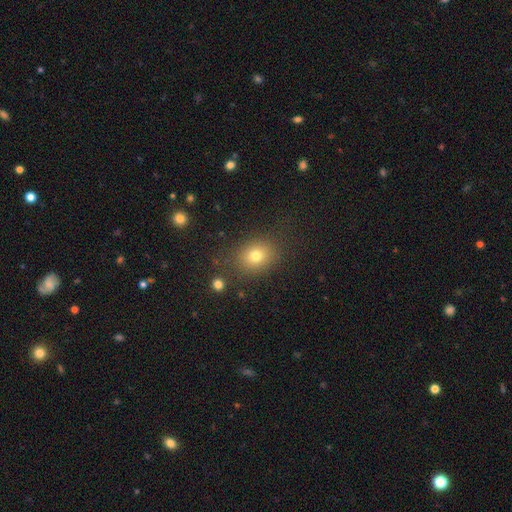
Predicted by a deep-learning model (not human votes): Smooth or featured? smooth (76%)
How rounded? round (57%)
Merging? none (82%)